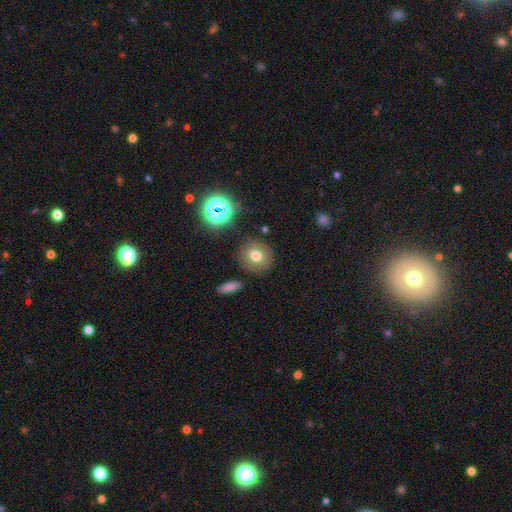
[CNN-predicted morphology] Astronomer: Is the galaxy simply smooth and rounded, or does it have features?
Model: smooth — 71%.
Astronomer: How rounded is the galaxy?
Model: round — 81%.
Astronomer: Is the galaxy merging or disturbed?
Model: none — 84%.